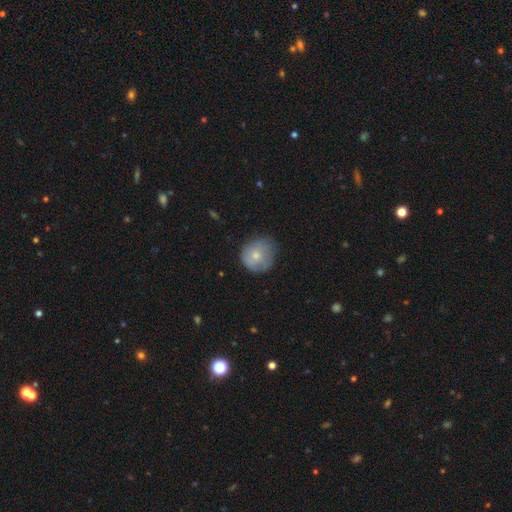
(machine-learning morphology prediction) This is likely a smooth galaxy (72%). How rounded: clearly round (84%). Merging: likely none (62%).